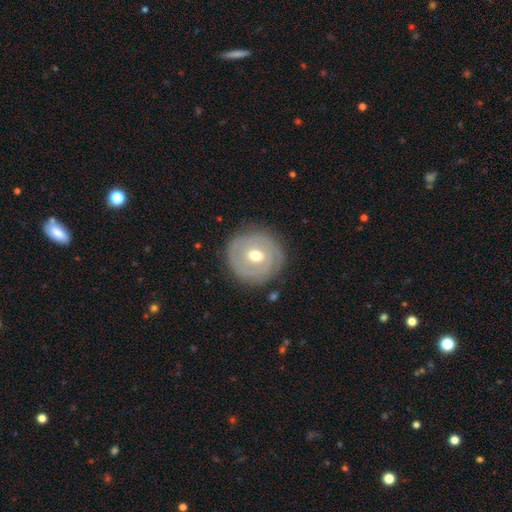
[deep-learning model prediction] A featured or disk galaxy (65%) with no bar (51%), spiral arms (68%) and a moderate central bulge (77%). Merging: none (83%).